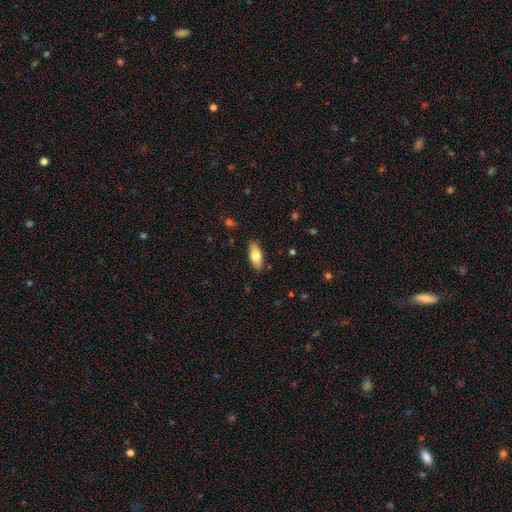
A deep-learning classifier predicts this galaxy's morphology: The model was most divided on "smooth or featured": smooth: 73%, featured or disk: 21%, star or artifact: 6%. More confident: merging — none (86%); how rounded — in between (82%).